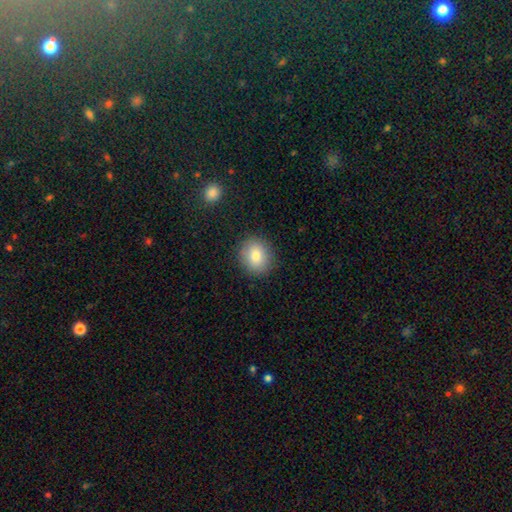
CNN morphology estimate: The model was most divided on "how rounded": round: 74%, in between: 25%, cigar-shaped: 1%. More confident: merging — none (88%); smooth or featured — smooth (83%).